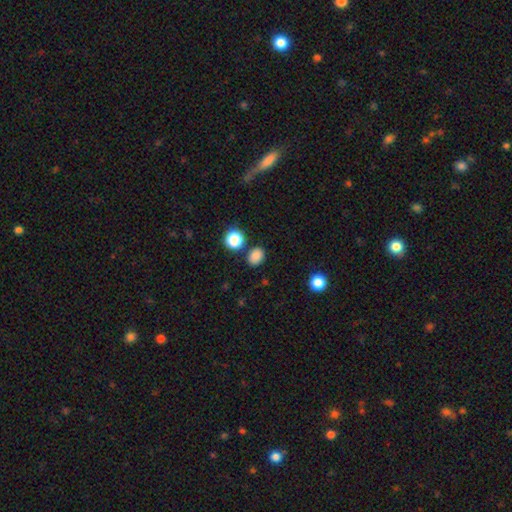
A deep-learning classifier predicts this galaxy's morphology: Smooth or featured?
  - smooth: 84% *
  - star or artifact: 12%
  - featured or disk: 4%
How rounded?
  - round: 50% *
  - in between: 49%
  - cigar-shaped: 1%
Merging?
  - none: 81% *
  - minor disturbance: 10%
  - merger: 6%
  - major disturbance: 3%